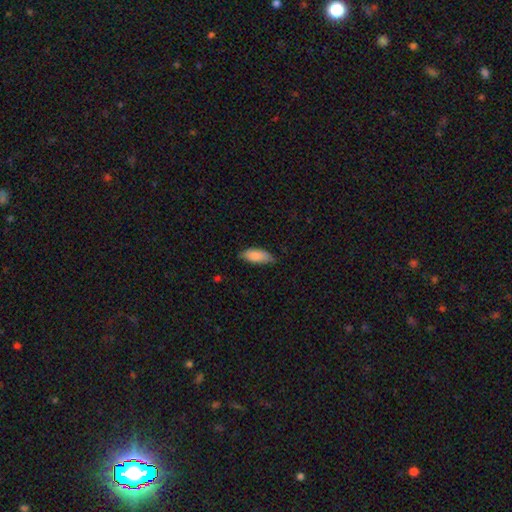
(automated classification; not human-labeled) Smooth or featured? Predicted: smooth (p=0.85). How rounded? Predicted: in between (p=0.80). Merging? Predicted: none (p=0.72).